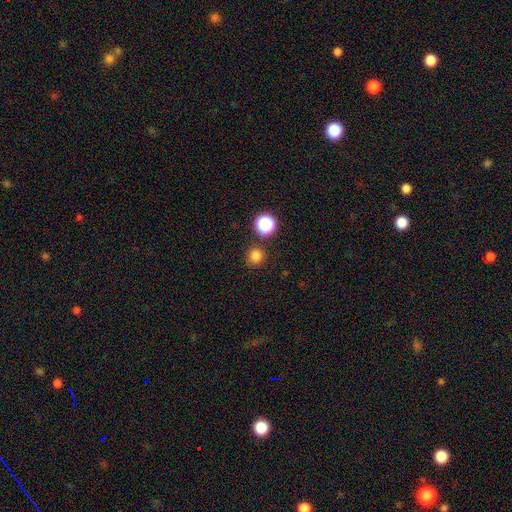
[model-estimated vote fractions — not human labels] This appears to be a smooth galaxy with no disk features (79%) that is round (94%). Merging: none (86%).